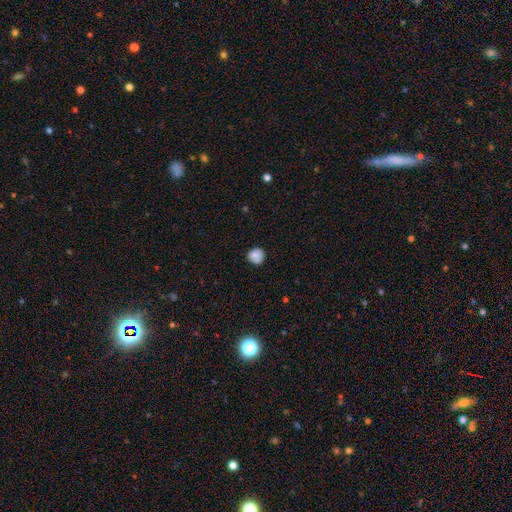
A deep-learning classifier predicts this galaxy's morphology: Overall: smooth (85%). How rounded: round (90%). Merging: none (84%).